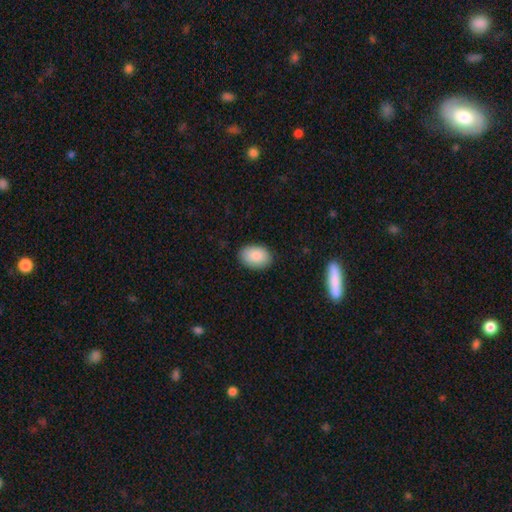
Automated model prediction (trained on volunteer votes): This appears to be a smooth galaxy with no disk features (87%) that is in between round and cigar-shaped (86%). Merging: none (88%).